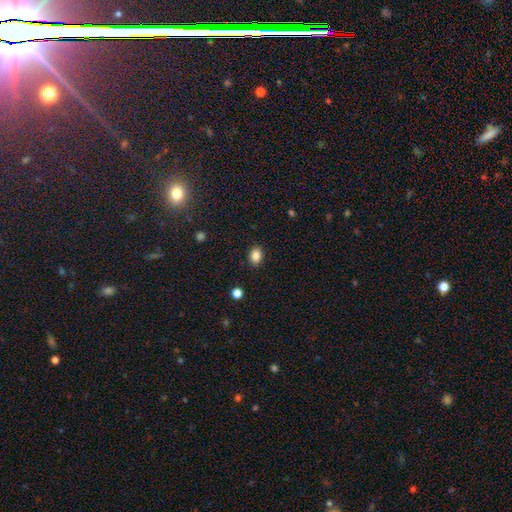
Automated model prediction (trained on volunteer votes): A smooth galaxy with no disk features (85%) that is in between round and cigar-shaped (61%).

Vote fractions:
- Smooth or featured? smooth: 85% / star or artifact: 10% / featured or disk: 5%
- How rounded? in between: 61% / round: 38% / cigar-shaped: 1%
- Merging? none: 89% / minor disturbance: 8% / major disturbance: 2% / merger: 1%